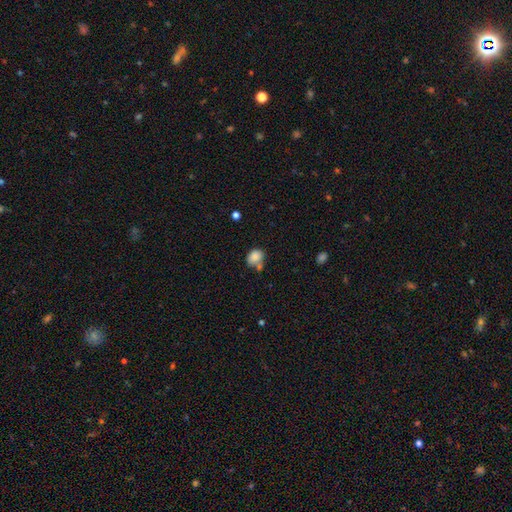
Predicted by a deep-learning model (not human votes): Smooth or featured?
  - smooth: 84% *
  - star or artifact: 9%
  - featured or disk: 7%
How rounded?
  - in between: 51% *
  - round: 48%
  - cigar-shaped: 1%
Merging?
  - none: 50% *
  - merger: 24%
  - minor disturbance: 20%
  - major disturbance: 6%